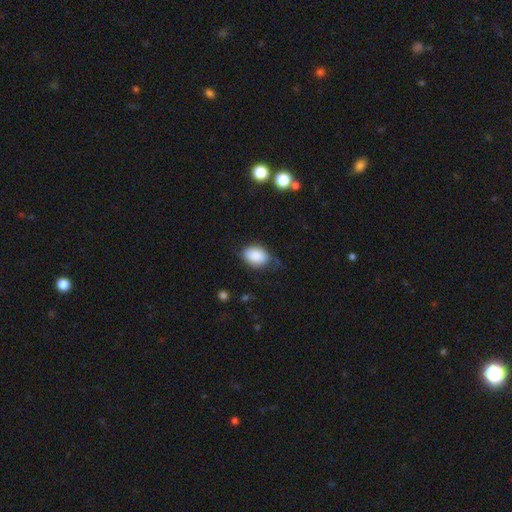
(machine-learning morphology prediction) Overall: smooth (87%). How rounded: in between (83%). Merging: none (66%).